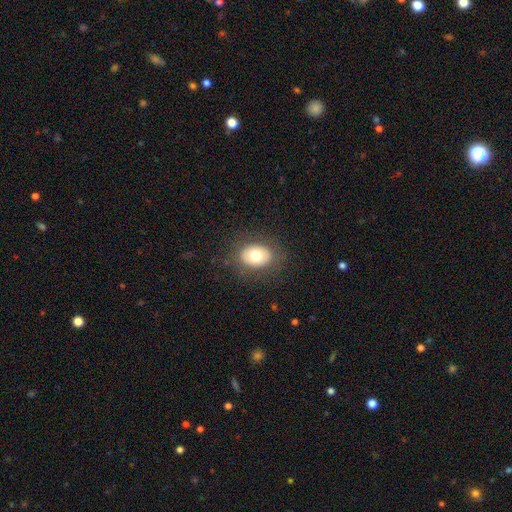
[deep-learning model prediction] Morphology: type=smooth (71%); roundness=in between (69%); merging=none (83%).